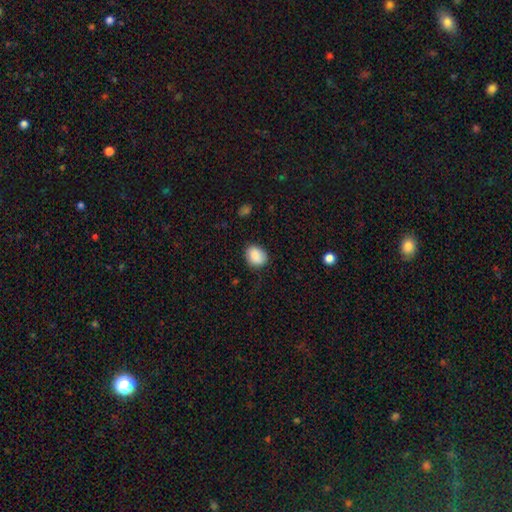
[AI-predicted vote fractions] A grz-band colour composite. It shows a smooth galaxy with no disk features (88%) that is in between round and cigar-shaped (53%). Merging: none (80%).